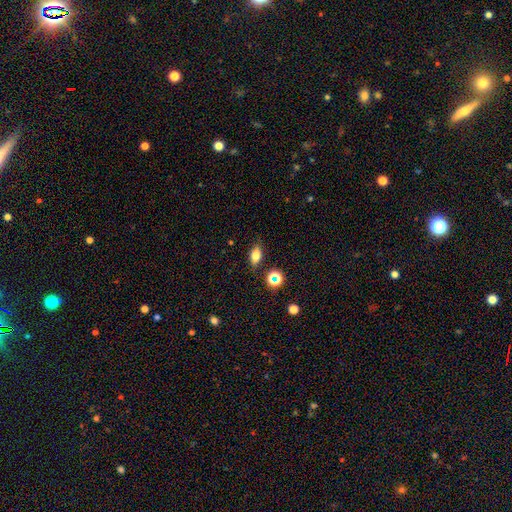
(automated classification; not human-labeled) A smooth galaxy with no disk features (74%) that is in between round and cigar-shaped (80%). Merging: none (81%).